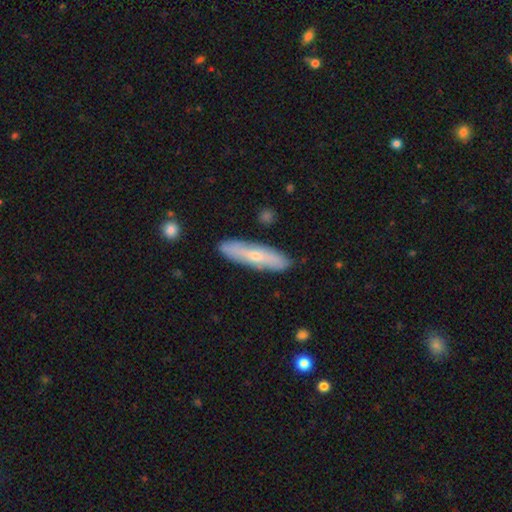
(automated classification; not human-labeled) Smooth or featured? smooth (49%)
Merging? none (86%)